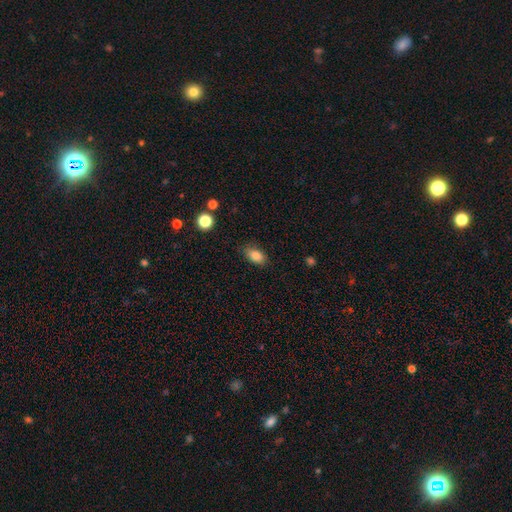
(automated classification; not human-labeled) This appears to be a smooth galaxy with no disk features (85%) that is in between round and cigar-shaped (88%). Merging: none (81%).